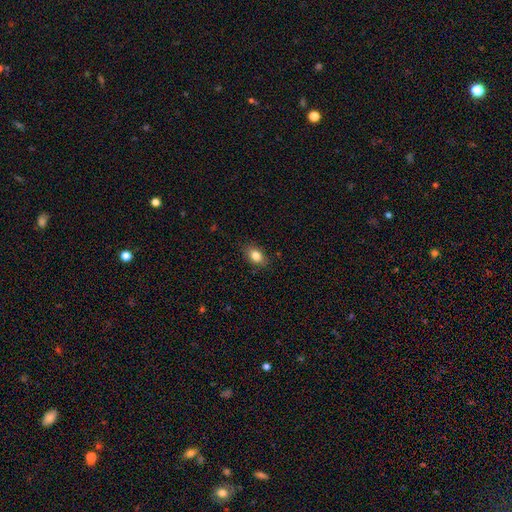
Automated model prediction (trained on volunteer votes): Smooth or featured?
  - smooth: 84% *
  - star or artifact: 9%
  - featured or disk: 8%
How rounded?
  - in between: 83% *
  - round: 15%
  - cigar-shaped: 2%
Merging?
  - none: 85% *
  - minor disturbance: 12%
  - major disturbance: 3%
  - merger: 1%